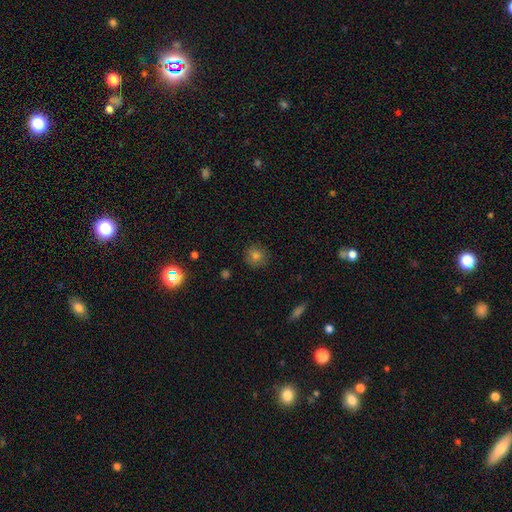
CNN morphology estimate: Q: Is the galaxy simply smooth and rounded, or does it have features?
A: smooth — 71%.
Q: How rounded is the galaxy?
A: round — 93%.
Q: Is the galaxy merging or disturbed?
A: none — 88%.